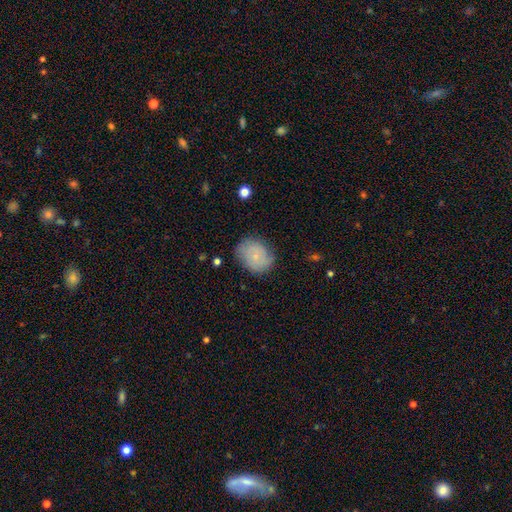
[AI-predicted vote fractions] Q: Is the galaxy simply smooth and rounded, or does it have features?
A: smooth — 60%.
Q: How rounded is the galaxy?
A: in between — 53%.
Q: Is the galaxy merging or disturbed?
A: none — 72%.